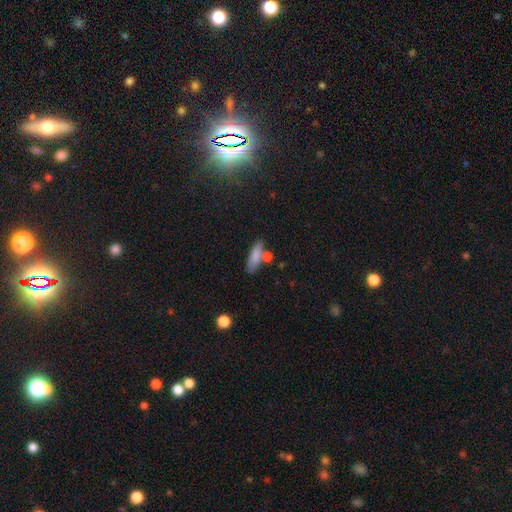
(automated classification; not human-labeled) This is clearly a smooth galaxy (81%). How rounded: possibly in between (49%). Merging: likely none (63%).